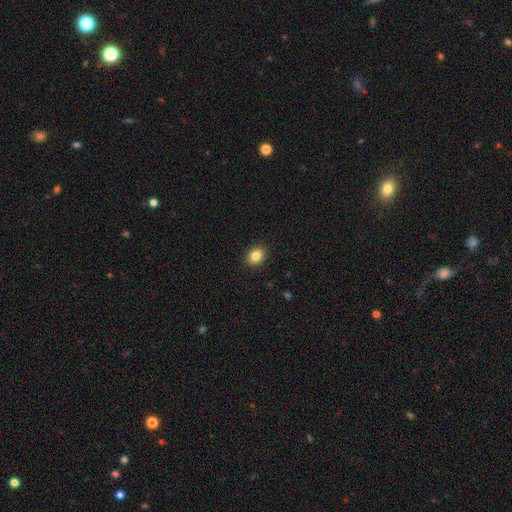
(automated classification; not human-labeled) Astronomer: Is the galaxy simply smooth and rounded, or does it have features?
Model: smooth — 85%.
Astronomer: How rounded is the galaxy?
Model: round — 51% (runner-up: in between, 48%).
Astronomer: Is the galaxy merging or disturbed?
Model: none — 91%.